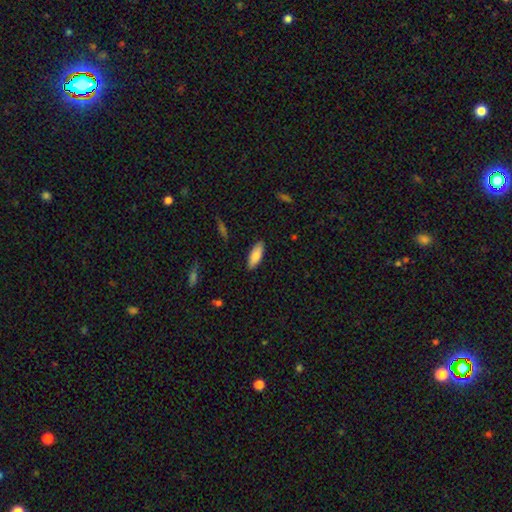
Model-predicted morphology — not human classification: A smooth galaxy with no disk features (83%) that is in between round and cigar-shaped (76%).

Vote fractions:
- Smooth or featured? smooth: 83% / featured or disk: 11% / star or artifact: 6%
- How rounded? in between: 76% / cigar-shaped: 22% / round: 2%
- Merging? none: 87% / minor disturbance: 10% / major disturbance: 2% / merger: 1%